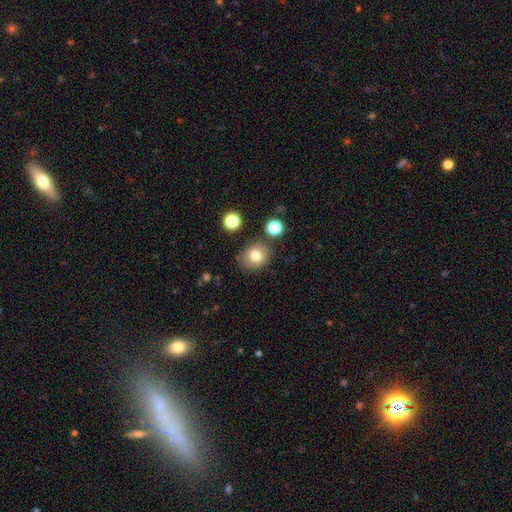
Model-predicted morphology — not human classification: This is likely a smooth galaxy (78%). How rounded: likely round (76%). Merging: clearly none (81%).